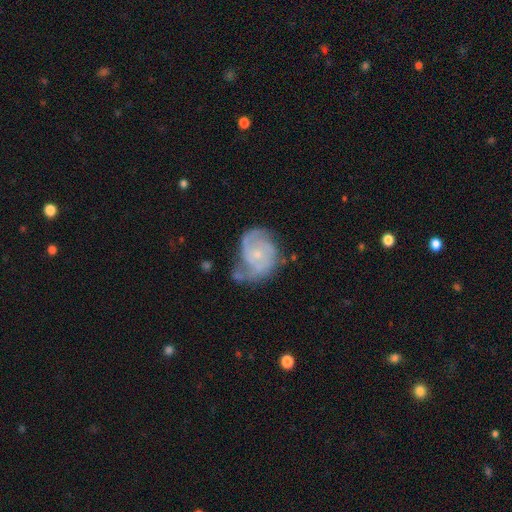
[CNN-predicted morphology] This is likely a featured or disk galaxy (79%). It is clearly not viewed edge-on (98%). Bar: likely no (71%). Spiral arm pattern: clearly yes (93%). Spiral arm count: possibly 2 (54%). Spiral winding: marginally tight (43%). Central bulge: likely small (74%). Merging: possibly none (46%).